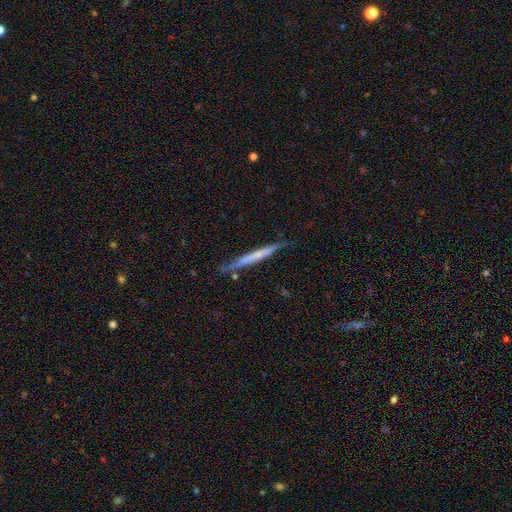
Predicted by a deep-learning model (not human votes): featured or disk 52%, smooth 42%, star or artifact 6%. Down the decision tree: edge-on disk — yes (95%); merging — none (77%).